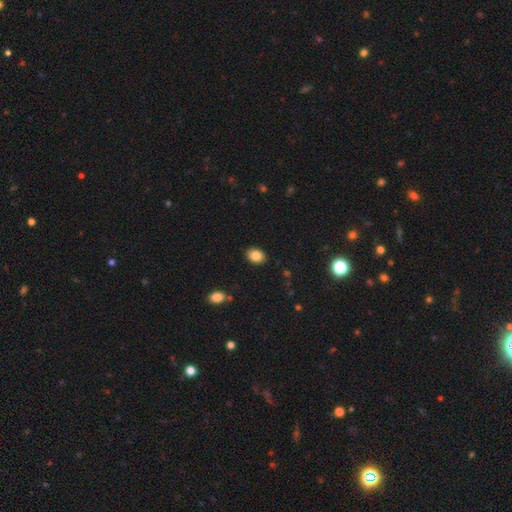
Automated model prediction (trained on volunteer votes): Smooth or featured?
  - smooth: 85% *
  - star or artifact: 9%
  - featured or disk: 7%
How rounded?
  - in between: 66% *
  - round: 33%
  - cigar-shaped: 1%
Merging?
  - none: 89% *
  - minor disturbance: 8%
  - major disturbance: 2%
  - merger: 1%